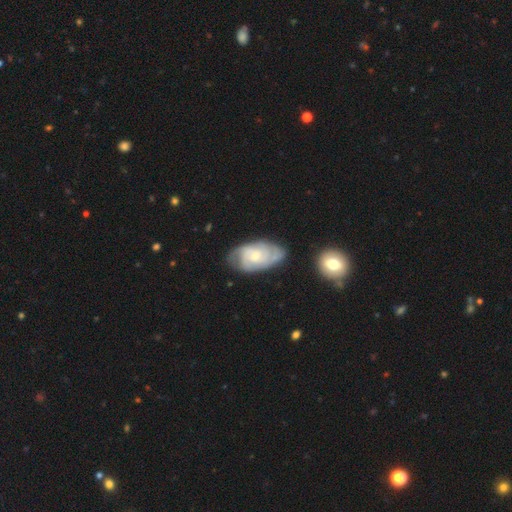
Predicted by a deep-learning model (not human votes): smooth-or-featured: featured or disk: 77% | smooth: 17% | star or artifact: 6%
  disk-edge-on: no: 96% | yes: 4%
    bar: no: 70% | weak: 27% | strong: 4%
    has-spiral-arms: yes: 94% | no: 6%
      spiral-winding: tight: 58% | medium: 33% | loose: 8%
      spiral-arm-count: can't tell: 31% | 2: 27% | 3: 26% | 4: 8% | 1: 4% | more than 4: 4%
    bulge-size: small: 61% | moderate: 34% | none: 2% | large: 2% | dominant: 1%
  merging: none: 65% | minor disturbance: 24% | major disturbance: 8% | merger: 4%